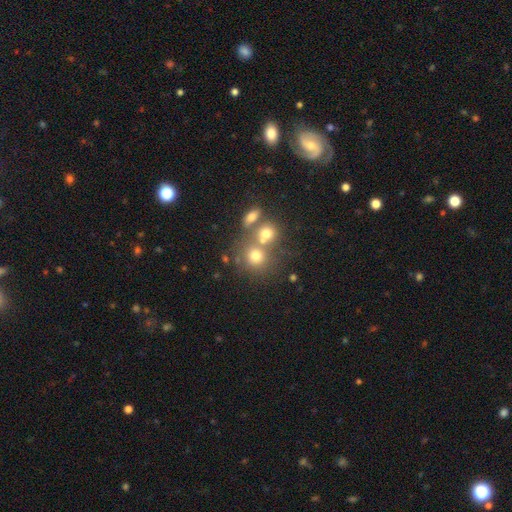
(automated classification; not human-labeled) A smooth galaxy with no disk features (70%) that is round (82%). Merging: none (48%).